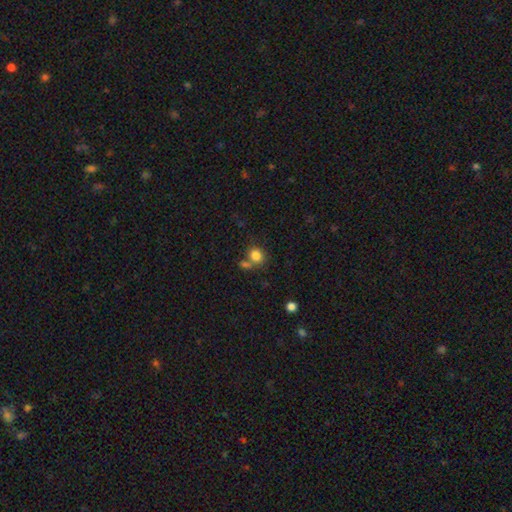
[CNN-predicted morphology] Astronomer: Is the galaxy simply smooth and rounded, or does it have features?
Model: smooth — 82%.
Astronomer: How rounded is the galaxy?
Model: round — 64%.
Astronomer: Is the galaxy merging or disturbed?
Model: none — 52% (runner-up: merger, 30%).